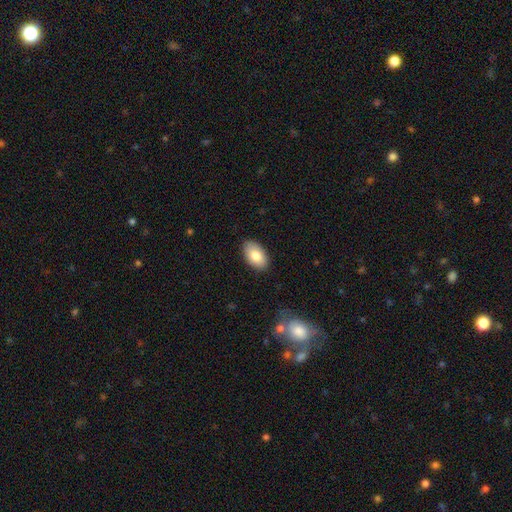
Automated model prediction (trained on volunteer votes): A smooth galaxy with no disk features (81%) that is in between round and cigar-shaped (94%). Merging: none (87%).